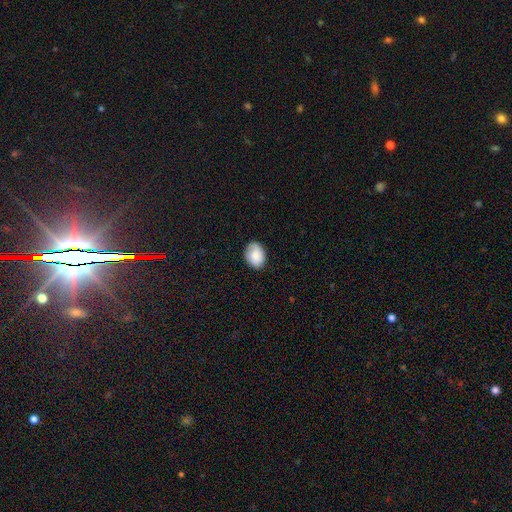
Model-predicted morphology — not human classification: Smooth or featured? smooth (84%)
How rounded? in between (69%)
Merging? none (80%)